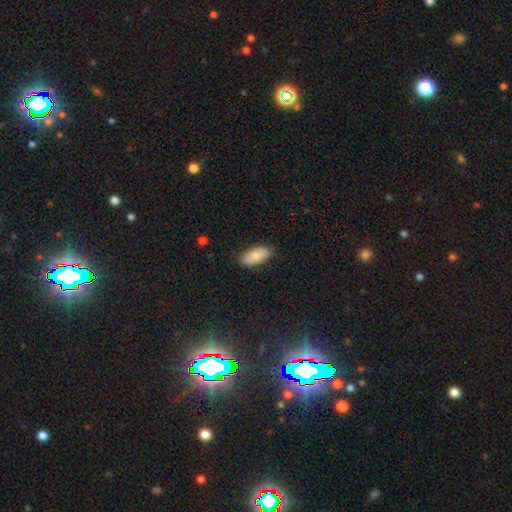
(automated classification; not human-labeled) Smooth or featured?
  - smooth: 84% *
  - featured or disk: 10%
  - star or artifact: 6%
How rounded?
  - in between: 91% *
  - cigar-shaped: 6%
  - round: 2%
Merging?
  - none: 84% *
  - minor disturbance: 12%
  - major disturbance: 2%
  - merger: 1%